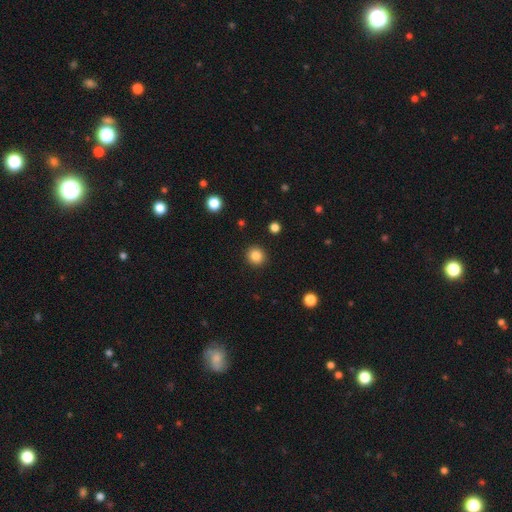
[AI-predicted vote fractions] smooth_or_featured: smooth (p=0.85) [alt: star or artifact p=0.11]
how_rounded: round (p=0.93) [alt: in between p=0.06]
merging: none (p=0.92) [alt: minor disturbance p=0.05]